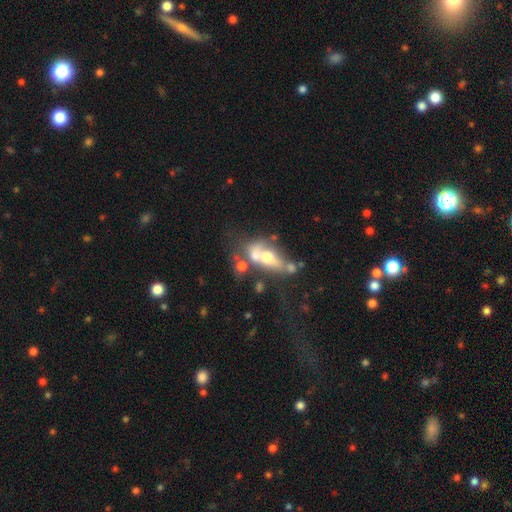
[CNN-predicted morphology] A smooth galaxy with no disk features (46%).

Vote fractions:
- Smooth or featured? smooth: 46% / featured or disk: 41% / star or artifact: 13%
- Merging? merger: 54% / none: 21% / major disturbance: 14% / minor disturbance: 11%